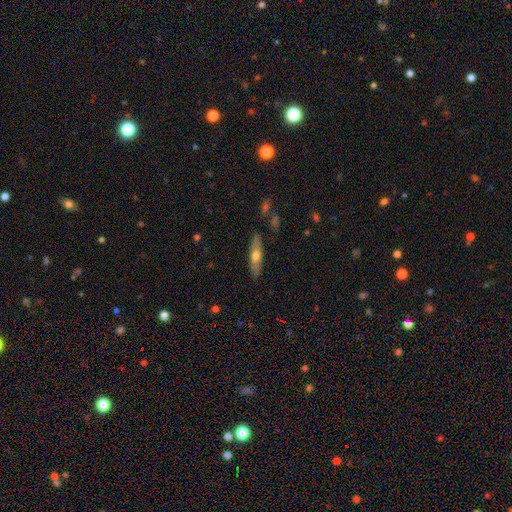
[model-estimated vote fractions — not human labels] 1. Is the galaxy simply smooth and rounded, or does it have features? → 53% smooth, 41% featured or disk, 6% star or artifact.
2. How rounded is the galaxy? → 70% cigar-shaped, 27% in between, 2% round.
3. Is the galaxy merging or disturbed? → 86% none, 10% minor disturbance, 2% major disturbance, 2% merger.